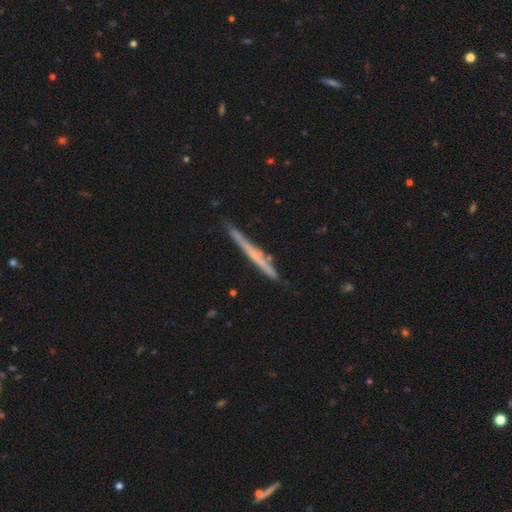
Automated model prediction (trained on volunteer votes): Q: Smooth or featured?
A: featured or disk (63%); runner-up: smooth (31%)
Q: Edge-on disk?
A: yes (97%); runner-up: no (3%)
Q: Edge-on bulge?
A: none (69%); runner-up: rounded (23%)
Q: Merging?
A: none (84%); runner-up: minor disturbance (12%)